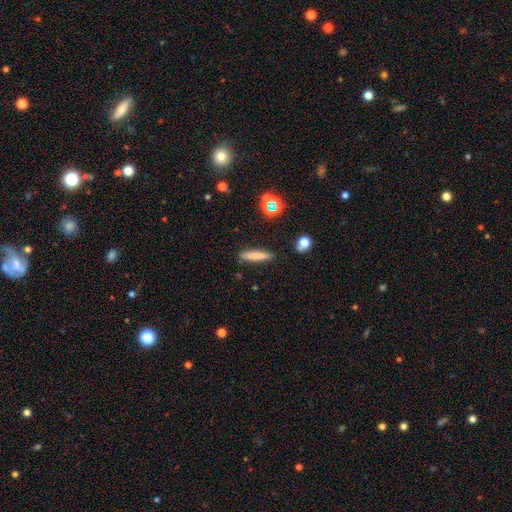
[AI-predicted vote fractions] The model was most divided on "smooth or featured": smooth: 73%, featured or disk: 16%, star or artifact: 11%. More confident: how rounded — cigar-shaped (88%); merging — none (86%).